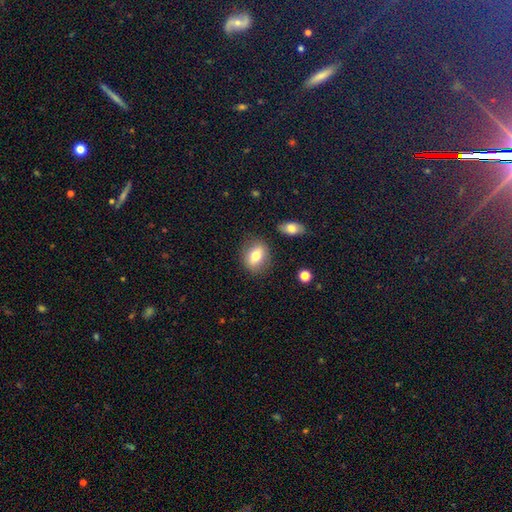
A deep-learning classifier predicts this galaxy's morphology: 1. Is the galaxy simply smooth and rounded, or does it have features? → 70% smooth, 22% featured or disk, 8% star or artifact.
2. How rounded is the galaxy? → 62% in between, 35% round, 3% cigar-shaped.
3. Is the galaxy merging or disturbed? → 82% none, 12% minor disturbance, 3% major disturbance, 3% merger.